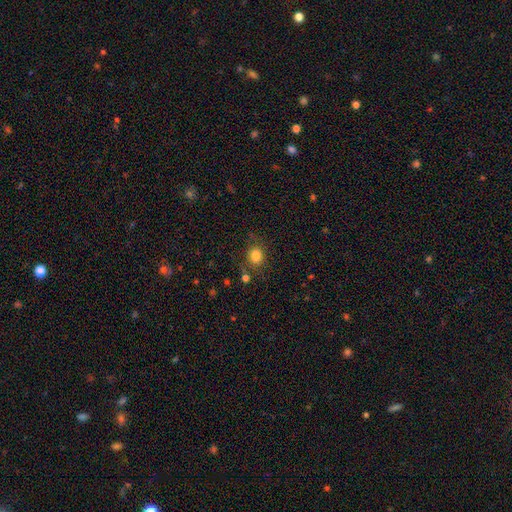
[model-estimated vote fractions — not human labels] smooth 82%, star or artifact 12%, featured or disk 7%. Down the decision tree: how rounded — round (70%); merging — none (77%).